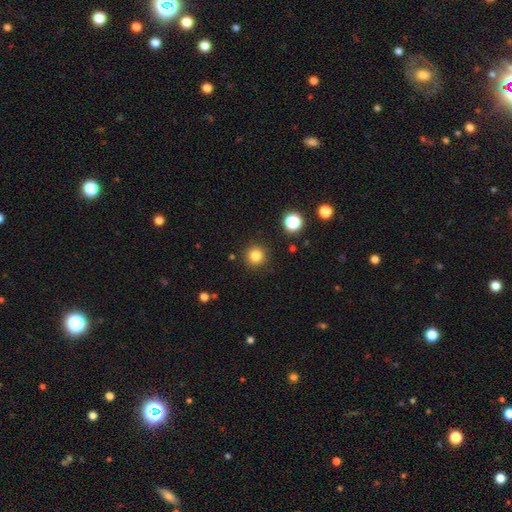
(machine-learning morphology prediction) Q: Smooth or featured?
A: smooth (83%); runner-up: star or artifact (12%)
Q: How rounded?
A: round (95%); runner-up: in between (4%)
Q: Merging?
A: none (90%); runner-up: minor disturbance (6%)